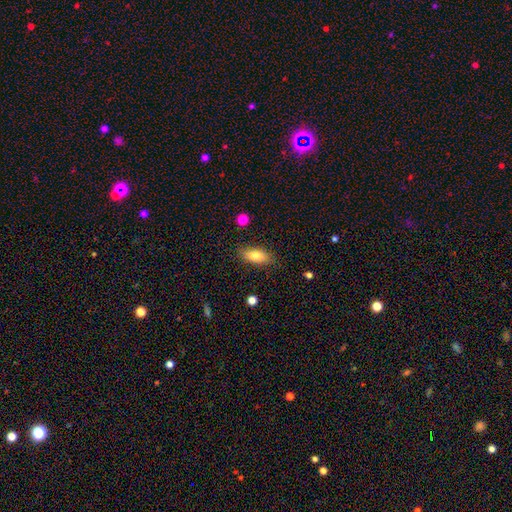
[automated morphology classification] A smooth galaxy with no disk features (80%) that is in between round and cigar-shaped (82%). Merging: none (84%).